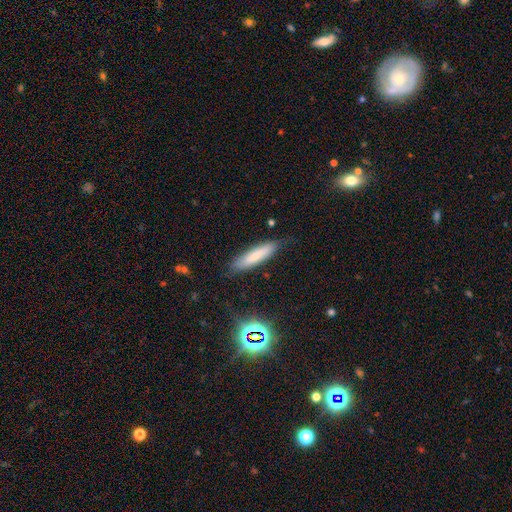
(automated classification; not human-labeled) A smooth galaxy with no disk features (74%) that is cigar-shaped (79%). Merging: none (81%).